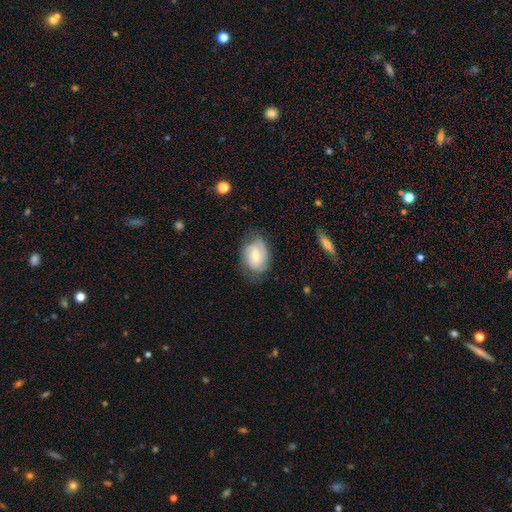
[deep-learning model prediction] This appears to be a featured or disk galaxy (48%). Merging: none (63%).